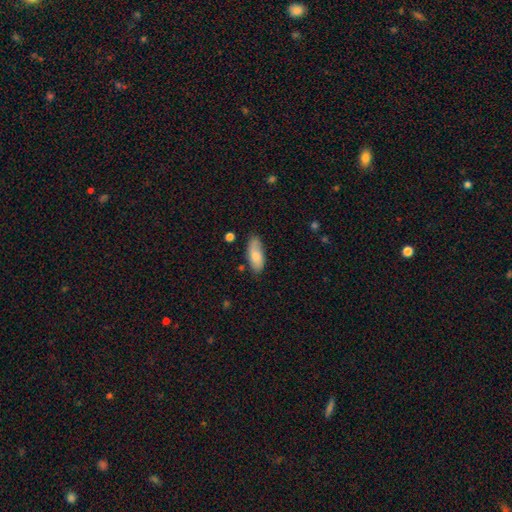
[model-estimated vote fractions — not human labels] Smooth or featured?
  - smooth: 79% *
  - featured or disk: 15%
  - star or artifact: 6%
How rounded?
  - in between: 81% *
  - cigar-shaped: 17%
  - round: 2%
Merging?
  - none: 71% *
  - minor disturbance: 21%
  - major disturbance: 4%
  - merger: 3%